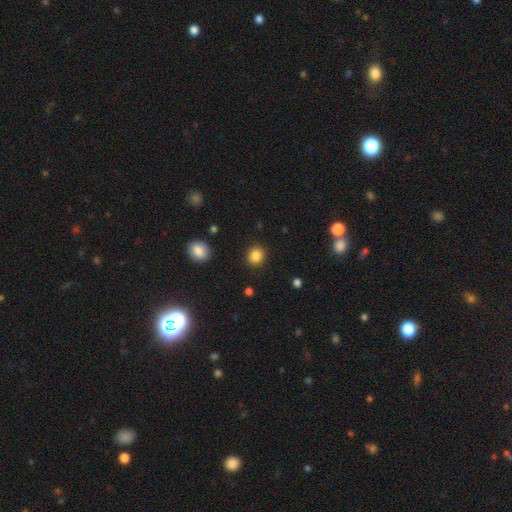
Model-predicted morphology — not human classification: smooth-or-featured: smooth: 85% | star or artifact: 10% | featured or disk: 4%
  how-rounded: round: 84% | in between: 15% | cigar-shaped: 1%
  merging: none: 91% | minor disturbance: 6% | major disturbance: 2% | merger: 1%